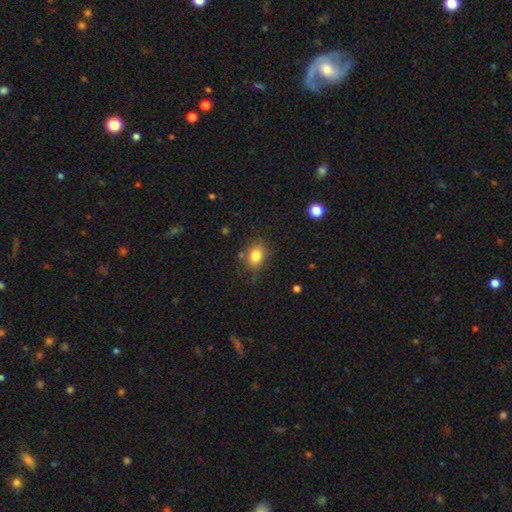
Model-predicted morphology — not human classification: This appears to be a smooth galaxy with no disk features (83%) that is in between round and cigar-shaped (62%). Merging: none (76%).